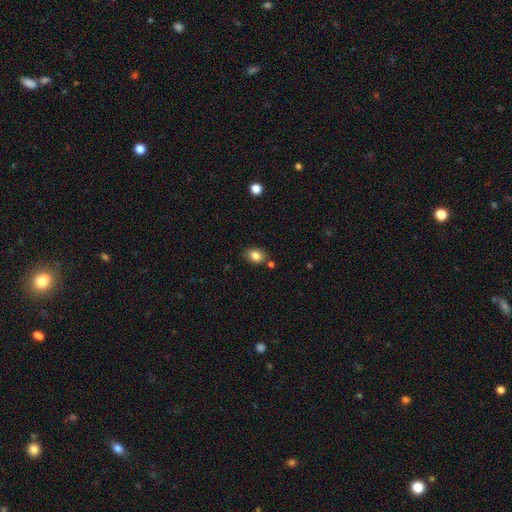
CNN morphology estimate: Smooth or featured?
  - smooth: 84% *
  - star or artifact: 9%
  - featured or disk: 7%
How rounded?
  - in between: 72% *
  - round: 27%
  - cigar-shaped: 1%
Merging?
  - none: 76% *
  - minor disturbance: 13%
  - merger: 8%
  - major disturbance: 3%